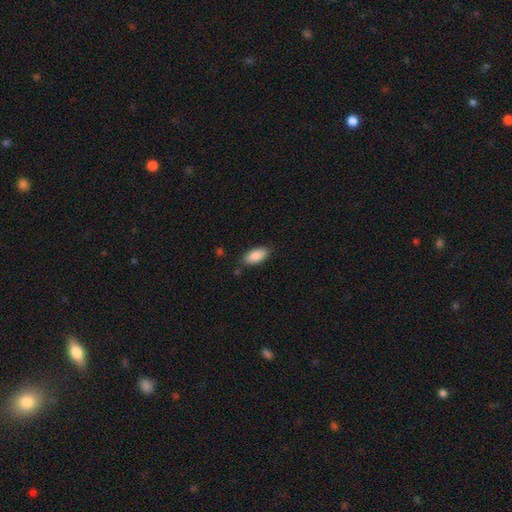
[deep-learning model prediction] Smooth or featured? smooth (88%)
How rounded? in between (89%)
Merging? none (83%)